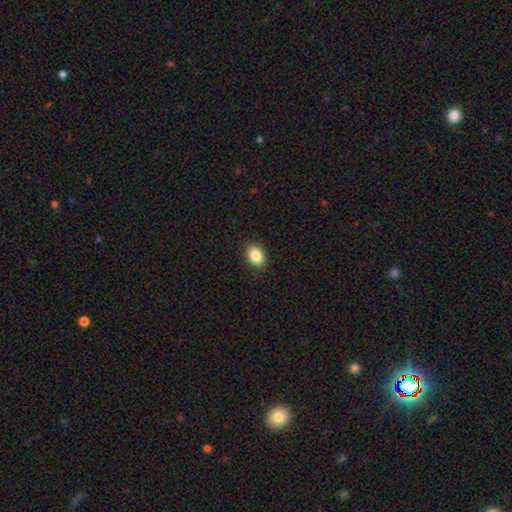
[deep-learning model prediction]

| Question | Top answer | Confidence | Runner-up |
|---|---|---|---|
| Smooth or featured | smooth | 86% | star or artifact (9%) |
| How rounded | in between | 72% | round (27%) |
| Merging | none | 89% | minor disturbance (8%) |